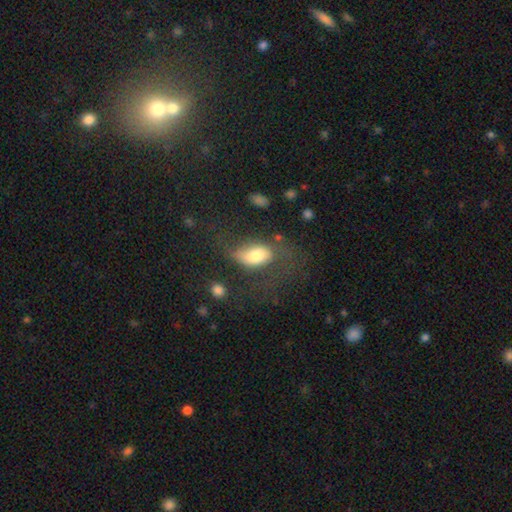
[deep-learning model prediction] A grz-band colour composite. It shows a smooth galaxy with no disk features (66%) that is in between round and cigar-shaped (89%). Merging: none (41%).